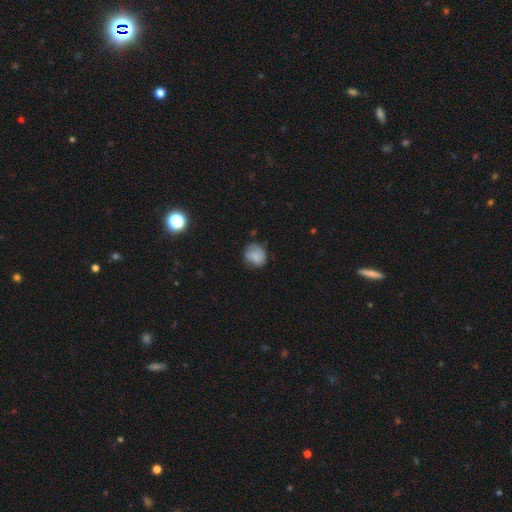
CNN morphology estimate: Overall: smooth (72%). How rounded: round (77%). Merging: none (65%; minor disturbance 26%).